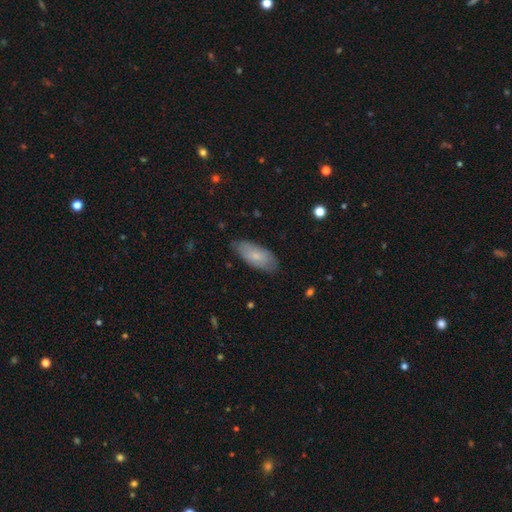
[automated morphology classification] Overall: smooth (74%). How rounded: in between (85%). Merging: none (78%).